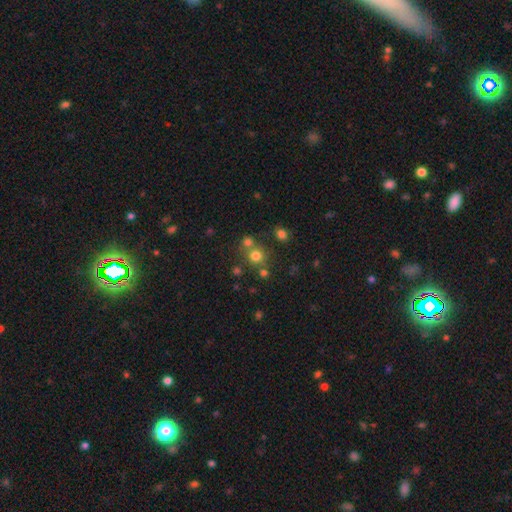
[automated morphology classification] Smooth or featured? Predicted: smooth (p=0.71). How rounded? Predicted: round (p=0.88). Merging? Predicted: none (p=0.65).